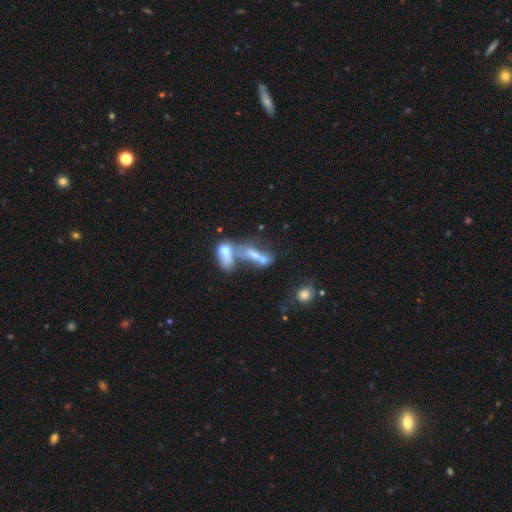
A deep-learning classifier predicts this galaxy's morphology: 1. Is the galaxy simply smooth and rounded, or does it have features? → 47% smooth, 40% featured or disk, 13% star or artifact.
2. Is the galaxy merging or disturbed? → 70% merger, 13% none, 11% major disturbance, 7% minor disturbance.